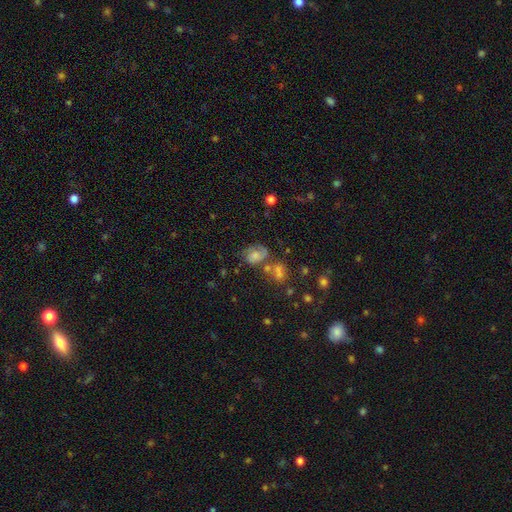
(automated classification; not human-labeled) A featured or disk galaxy (44%).

Vote fractions:
- Smooth or featured? featured or disk: 44% / smooth: 43% / star or artifact: 13%
- Merging? none: 42% / minor disturbance: 22% / major disturbance: 19% / merger: 17%